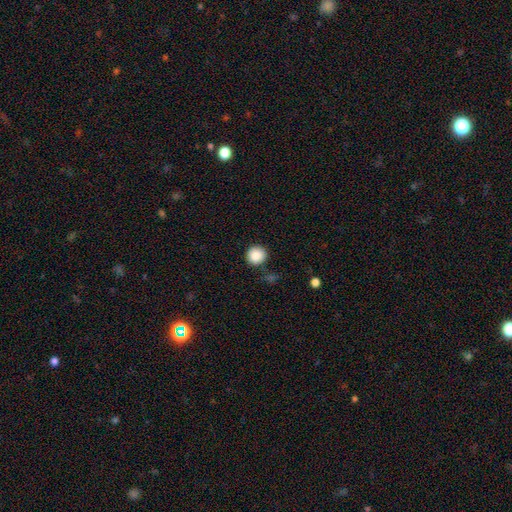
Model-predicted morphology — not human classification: Smooth or featured? Predicted: smooth (p=0.88). How rounded? Predicted: round (p=0.93). Merging? Predicted: none (p=0.87).